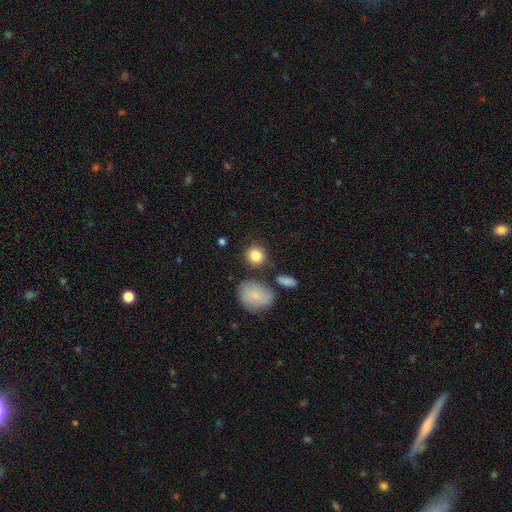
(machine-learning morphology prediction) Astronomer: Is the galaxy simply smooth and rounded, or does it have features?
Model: smooth — 85%.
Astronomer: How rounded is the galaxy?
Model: round — 85%.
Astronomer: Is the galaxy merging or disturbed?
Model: none — 78%.